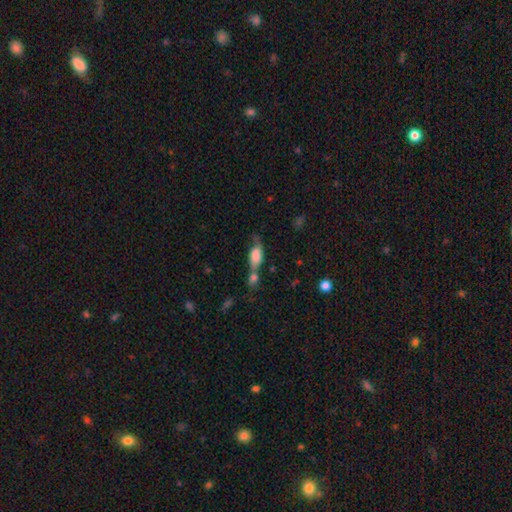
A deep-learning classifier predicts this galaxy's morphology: Smooth or featured? smooth (65%)
How rounded? in between (78%)
Merging? merger (43%)